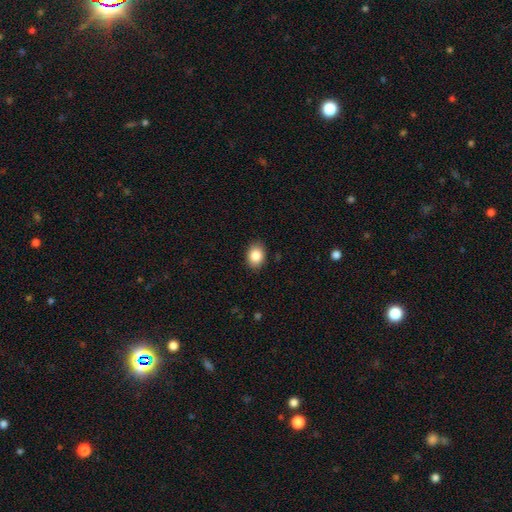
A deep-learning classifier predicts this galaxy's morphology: smooth-or-featured: smooth: 86% | star or artifact: 8% | featured or disk: 5%
  how-rounded: in between: 66% | round: 33% | cigar-shaped: 1%
  merging: none: 88% | minor disturbance: 9% | major disturbance: 2% | merger: 1%